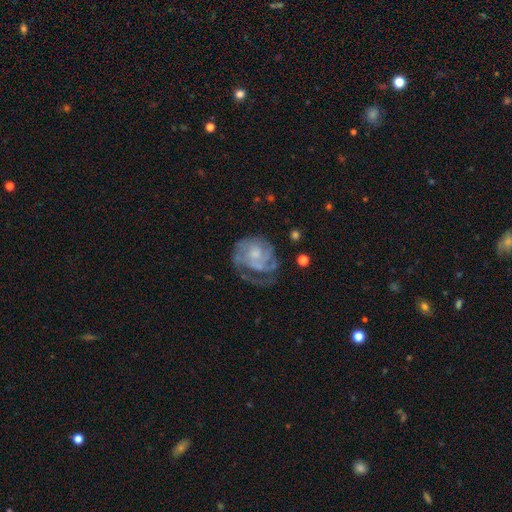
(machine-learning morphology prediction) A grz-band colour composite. It shows a featured or disk galaxy (75%) with no bar (73%), tight (52%) spiral arms (86%) and a small central bulge (41%). Merging: none (45%).